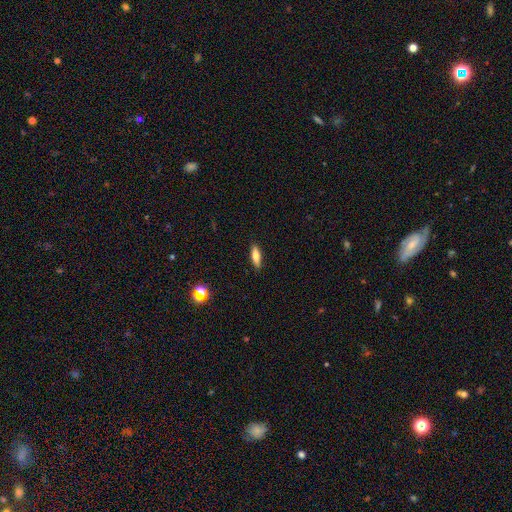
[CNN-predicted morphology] smooth-or-featured: smooth: 68% | featured or disk: 24% | star or artifact: 8%
  how-rounded: in between: 52% | cigar-shaped: 46% | round: 3%
  merging: none: 89% | minor disturbance: 8% | major disturbance: 2% | merger: 1%